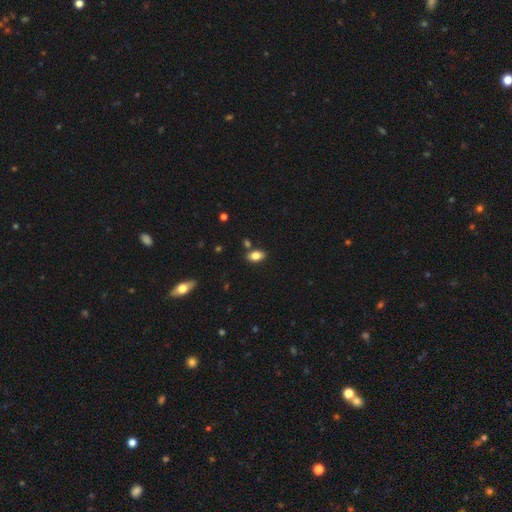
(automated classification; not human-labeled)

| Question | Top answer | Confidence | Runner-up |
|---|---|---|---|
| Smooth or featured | smooth | 81% | featured or disk (11%) |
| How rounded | in between | 90% | round (6%) |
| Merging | none | 80% | minor disturbance (11%) |